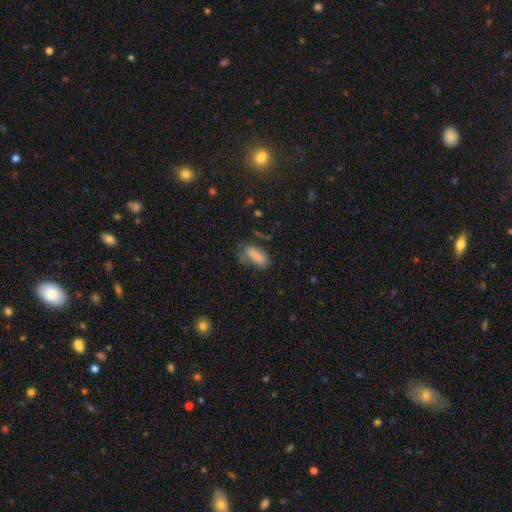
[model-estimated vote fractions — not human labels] This appears to be a smooth galaxy with no disk features (82%) that is in between round and cigar-shaped (79%). Merging: none (51%).